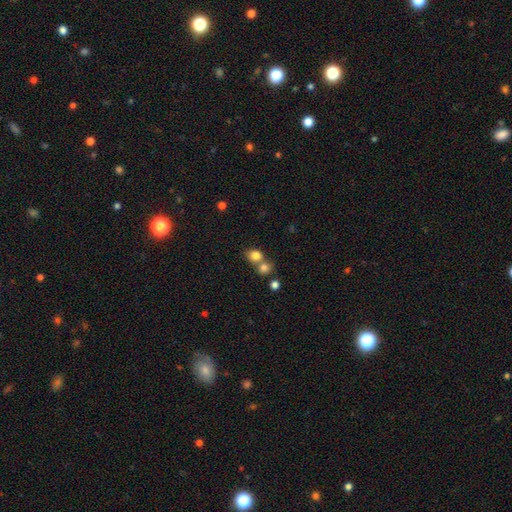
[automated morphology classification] Smooth or featured?
  - smooth: 80% *
  - star or artifact: 11%
  - featured or disk: 9%
How rounded?
  - round: 63% *
  - in between: 36%
  - cigar-shaped: 1%
Merging?
  - merger: 49% *
  - none: 40%
  - minor disturbance: 8%
  - major disturbance: 3%